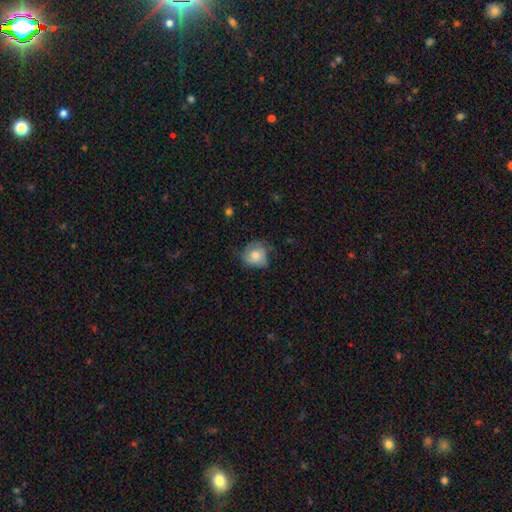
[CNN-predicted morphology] A smooth galaxy with no disk features (66%) that is round (76%). Merging: none (57%).